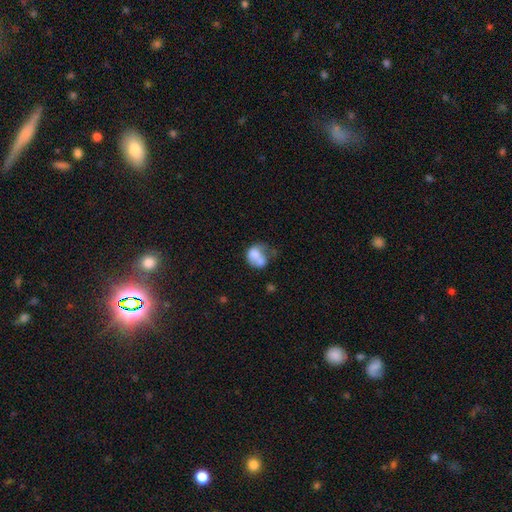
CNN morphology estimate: Smooth or featured? Predicted: smooth (p=0.66). How rounded? Predicted: in between (p=0.59). Merging? Predicted: merger (p=0.36).